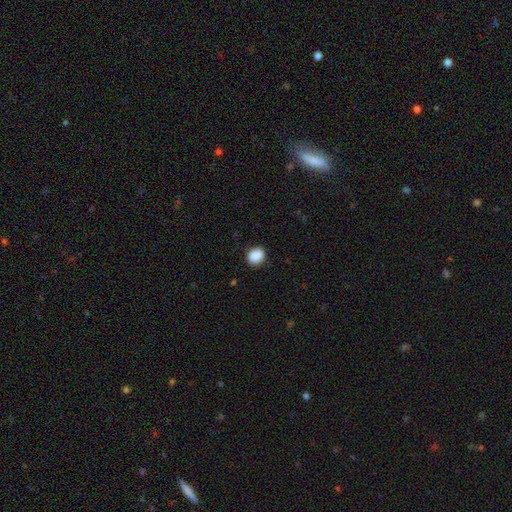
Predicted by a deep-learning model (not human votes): A smooth galaxy with no disk features (89%) that is in between round and cigar-shaped (52%). Merging: none (86%).